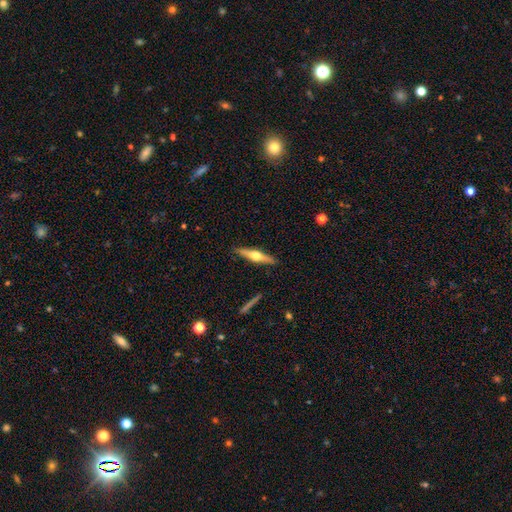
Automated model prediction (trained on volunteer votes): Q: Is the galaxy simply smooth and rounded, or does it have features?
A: featured or disk — 65%.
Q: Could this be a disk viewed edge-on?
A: yes — 97%.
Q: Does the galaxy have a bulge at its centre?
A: rounded — 94%.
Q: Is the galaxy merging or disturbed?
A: none — 89%.